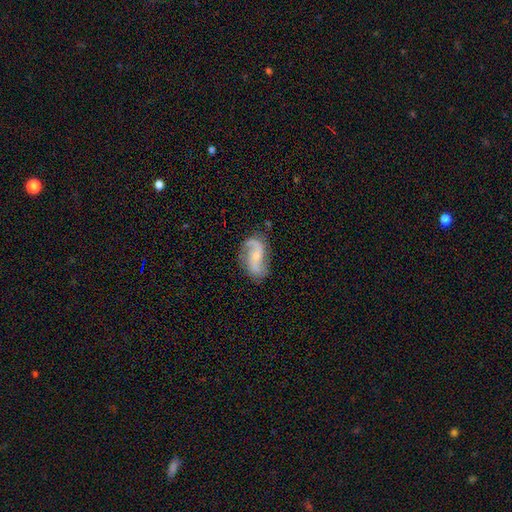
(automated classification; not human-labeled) This appears to be a featured or disk galaxy (82%) with no bar (50%), 2 (90%) loose (62%) spiral arms (95%) and a small central bulge (59%). Merging: none (73%).